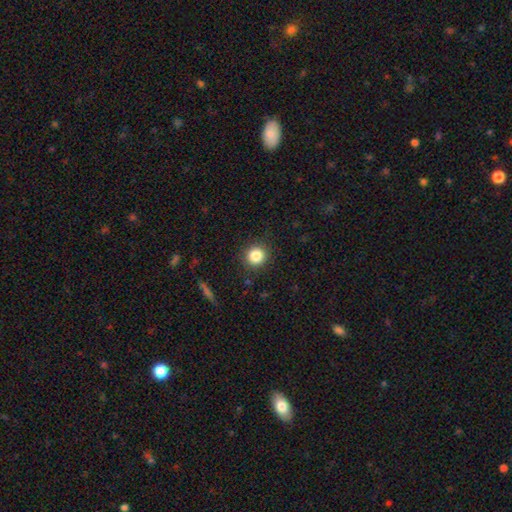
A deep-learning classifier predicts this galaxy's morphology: type=smooth (84%); roundness=round (92%); merging=none (89%).